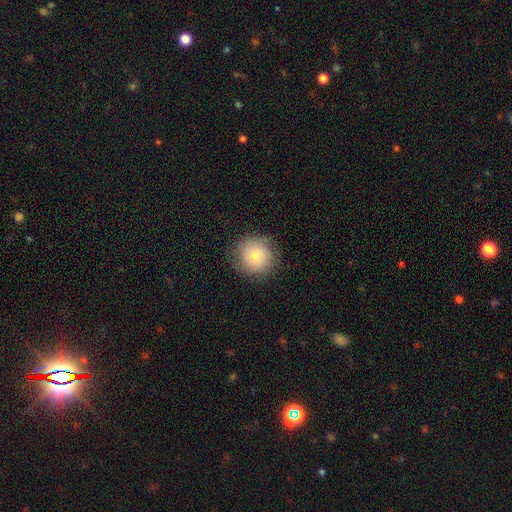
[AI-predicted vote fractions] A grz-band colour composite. It shows a smooth galaxy with no disk features (71%) that is round (90%). Merging: none (82%).